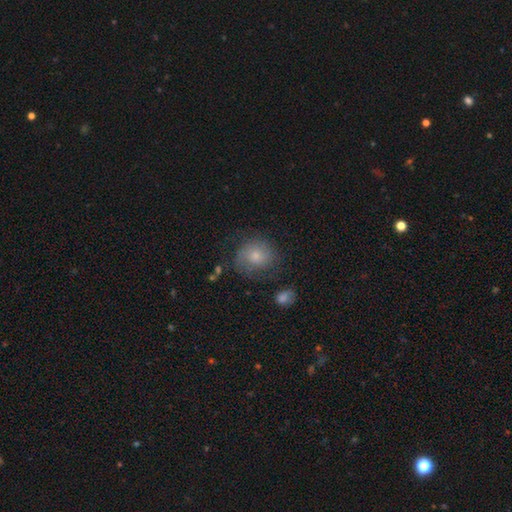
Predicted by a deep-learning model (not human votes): Smooth or featured? Predicted: smooth (p=0.54). How rounded? Predicted: round (p=0.74). Merging? Predicted: none (p=0.60).